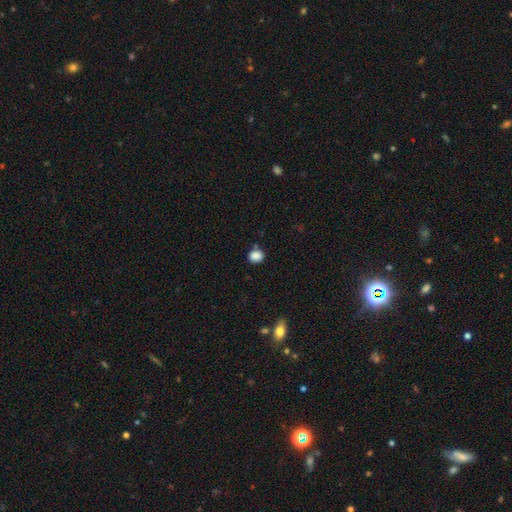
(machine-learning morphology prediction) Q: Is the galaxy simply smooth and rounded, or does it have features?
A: smooth — 87%.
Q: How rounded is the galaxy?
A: round — 66%.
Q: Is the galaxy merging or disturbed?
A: none — 78%.